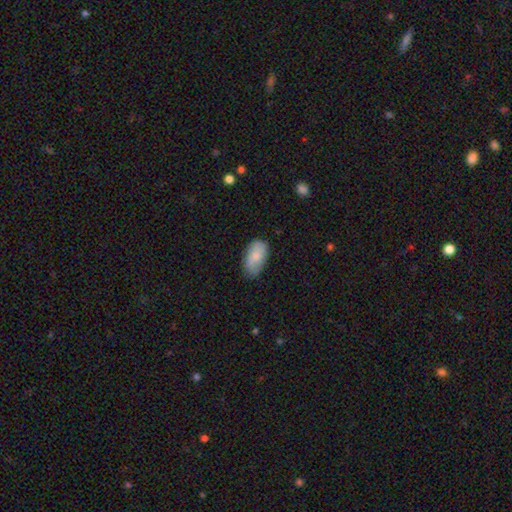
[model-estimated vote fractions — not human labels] The model was most divided on "merging": none: 71%, minor disturbance: 23%, major disturbance: 5%, merger: 1%. More confident: how rounded — in between (94%); smooth or featured — smooth (78%).